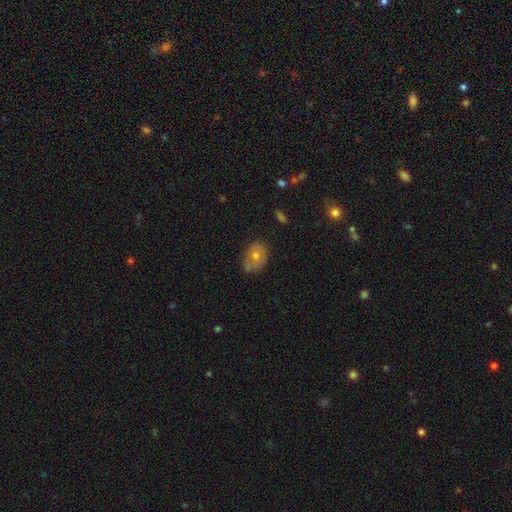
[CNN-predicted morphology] A smooth galaxy with no disk features (62%) that is in between round and cigar-shaped (66%).

Vote fractions:
- Smooth or featured? smooth: 62% / featured or disk: 27% / star or artifact: 11%
- How rounded? in between: 66% / round: 33% / cigar-shaped: 1%
- Merging? none: 67% / minor disturbance: 24% / major disturbance: 5% / merger: 4%